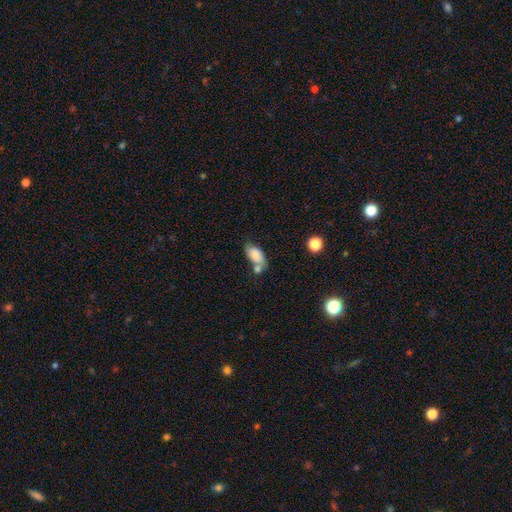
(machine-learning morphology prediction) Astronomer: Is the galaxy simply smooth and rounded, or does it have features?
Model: smooth — 80%.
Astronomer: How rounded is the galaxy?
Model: in between — 91%.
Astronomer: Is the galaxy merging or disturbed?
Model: none — 38% (runner-up: merger, 36%).